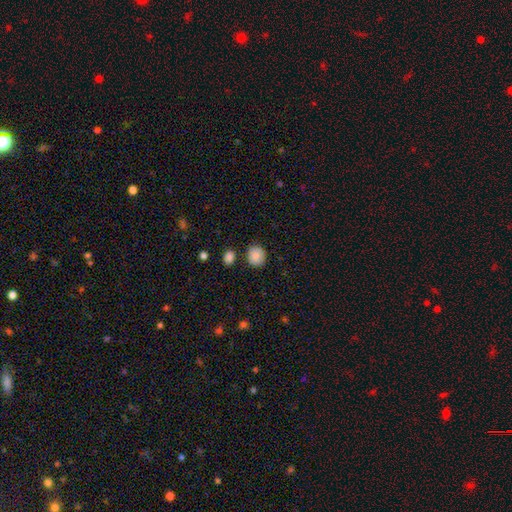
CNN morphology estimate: Overall: smooth (87%). How rounded: round (83%). Merging: none (84%).